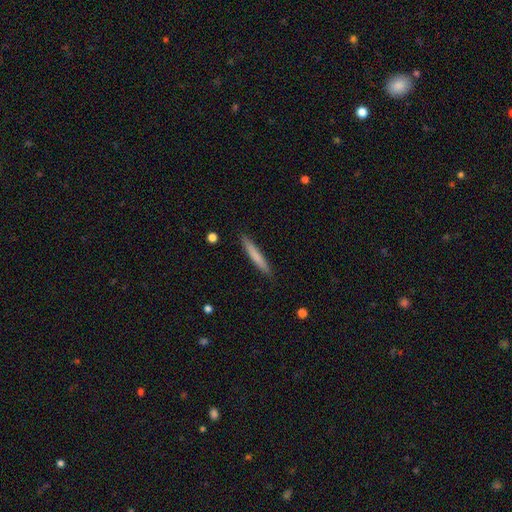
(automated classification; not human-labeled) A smooth galaxy with no disk features (75%) that is cigar-shaped (95%). Merging: none (90%).